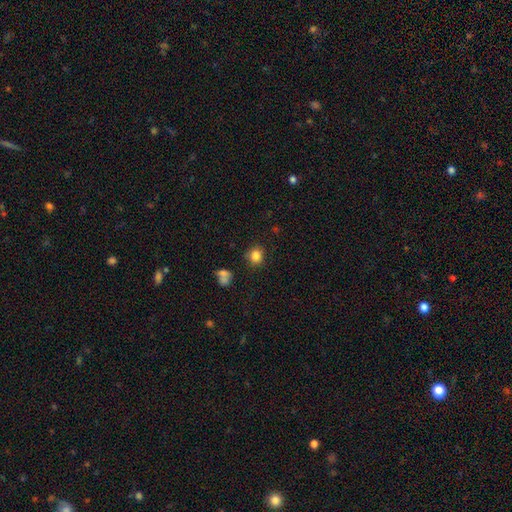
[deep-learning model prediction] Overall: smooth (83%). How rounded: round (75%). Merging: none (80%).